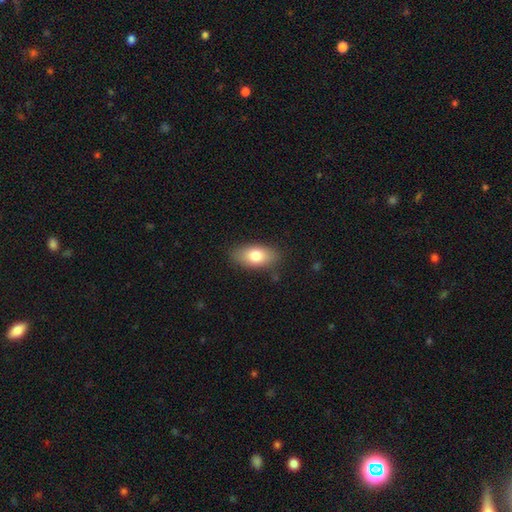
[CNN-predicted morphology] This appears to be a smooth galaxy with no disk features (78%) that is in between round and cigar-shaped (89%). Merging: none (84%).